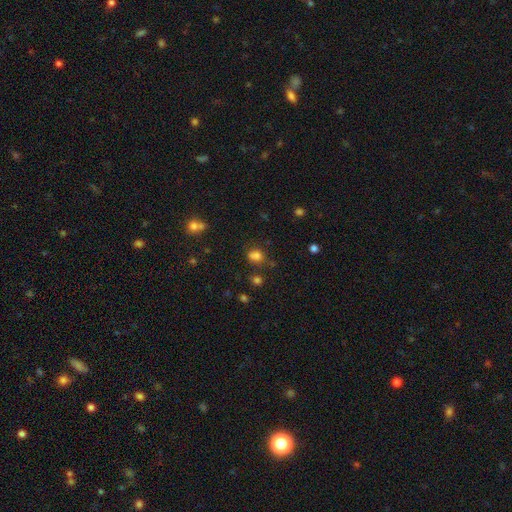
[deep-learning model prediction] Smooth or featured? smooth (73%)
How rounded? round (62%)
Merging? none (53%)